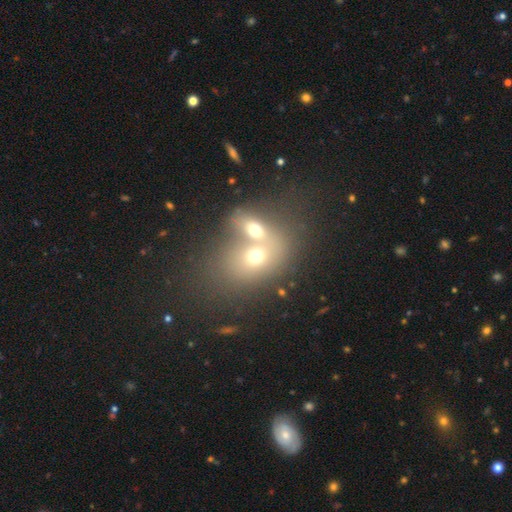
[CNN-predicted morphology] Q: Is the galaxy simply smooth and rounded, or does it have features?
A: smooth — 58%.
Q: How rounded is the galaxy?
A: in between — 57%.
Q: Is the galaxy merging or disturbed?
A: merger — 69%.